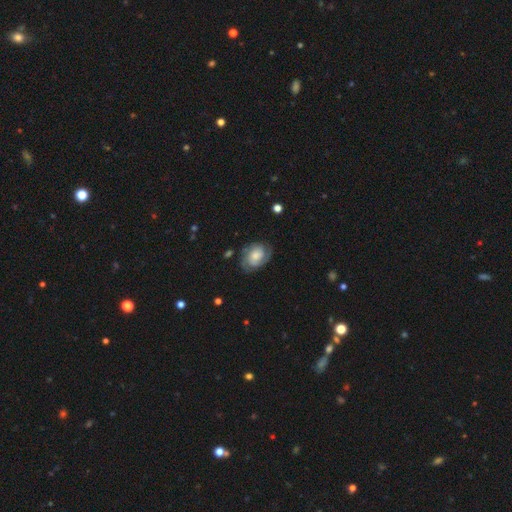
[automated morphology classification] Smooth or featured? Predicted: featured or disk (p=0.69). Edge-on disk? Predicted: no (p=0.97). Bar? Predicted: no (p=0.73). Spiral arms? Predicted: yes (p=0.92). Spiral winding? Predicted: tight (p=0.56). Spiral arm count? Predicted: 2 (p=0.49). Bulge size? Predicted: moderate (p=0.38). Merging? Predicted: none (p=0.72).